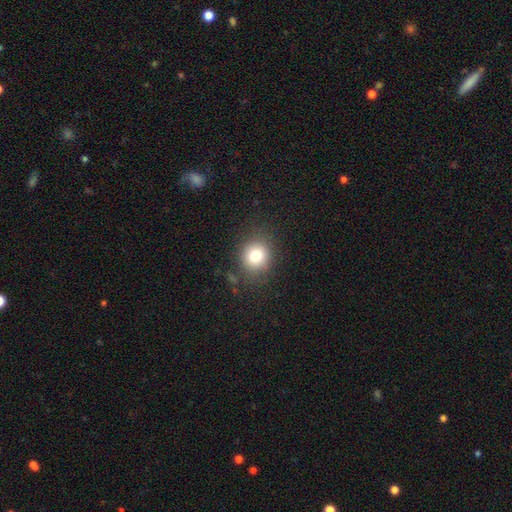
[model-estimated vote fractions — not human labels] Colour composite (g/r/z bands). It shows a smooth galaxy with no disk features (78%) that is round (83%). Merging: none (84%).